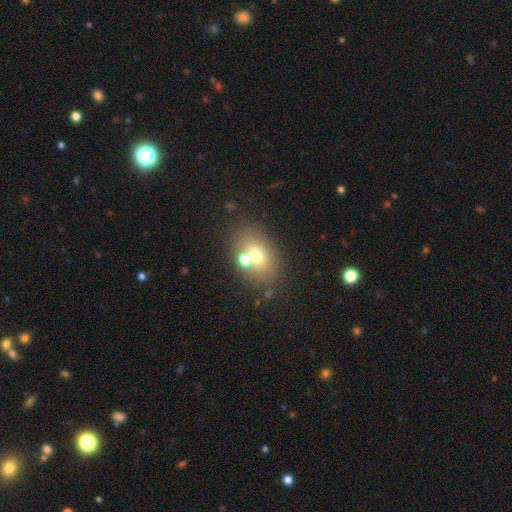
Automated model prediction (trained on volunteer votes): Smooth or featured? smooth (65%)
How rounded? in between (68%)
Merging? none (59%)